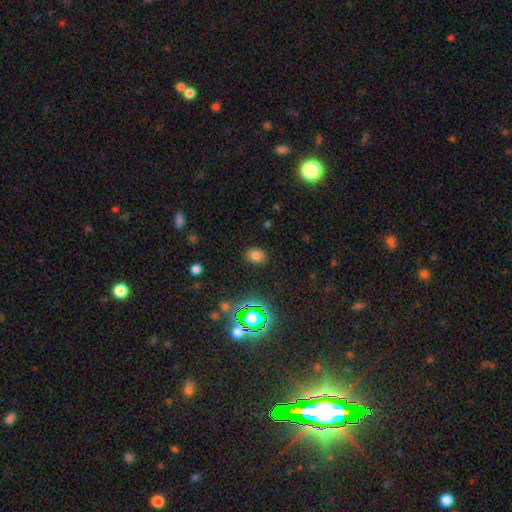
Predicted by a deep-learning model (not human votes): This appears to be a smooth galaxy with no disk features (72%) that is in between round and cigar-shaped (54%). Merging: none (84%).